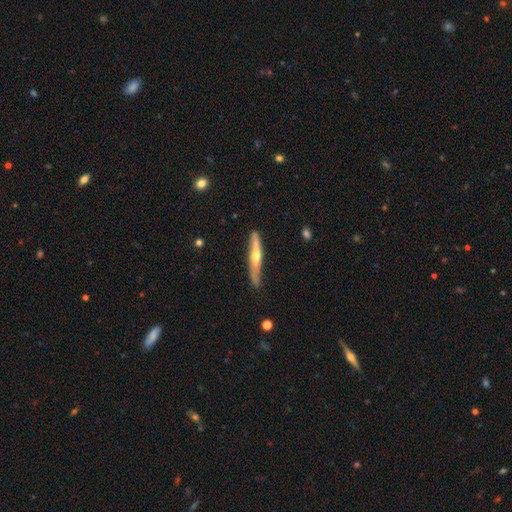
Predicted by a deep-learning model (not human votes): This appears to be a featured or disk galaxy (62%) viewed edge-on (93%) with a rounded central bulge (82%). Merging: none (80%).